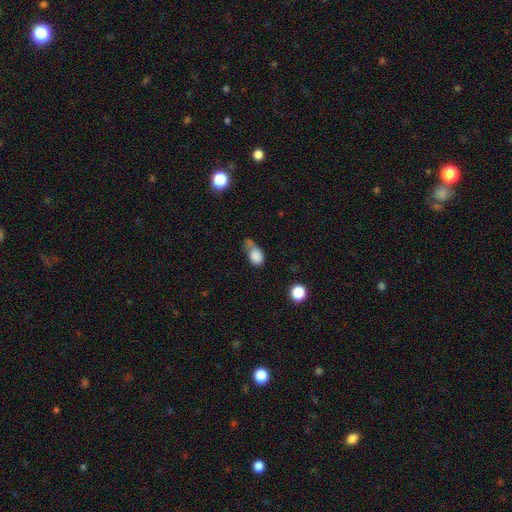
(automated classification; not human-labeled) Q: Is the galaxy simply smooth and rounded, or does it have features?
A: smooth — 83%.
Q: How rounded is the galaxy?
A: in between — 74%.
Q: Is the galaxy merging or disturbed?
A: none — 31%.